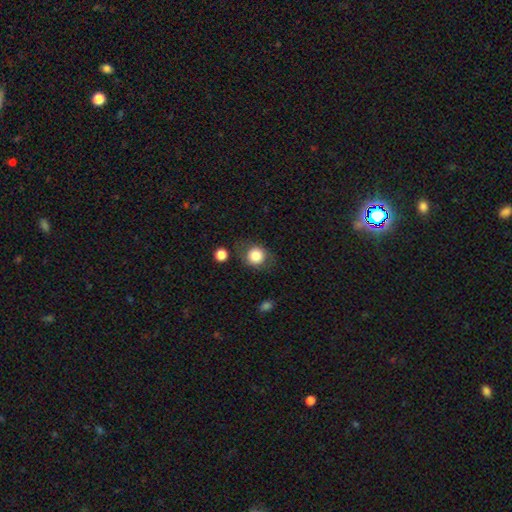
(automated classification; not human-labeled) smooth_or_featured: smooth (p=0.80) [alt: featured or disk p=0.11]
how_rounded: round (p=0.79) [alt: in between p=0.20]
merging: none (p=0.74) [alt: minor disturbance p=0.16]